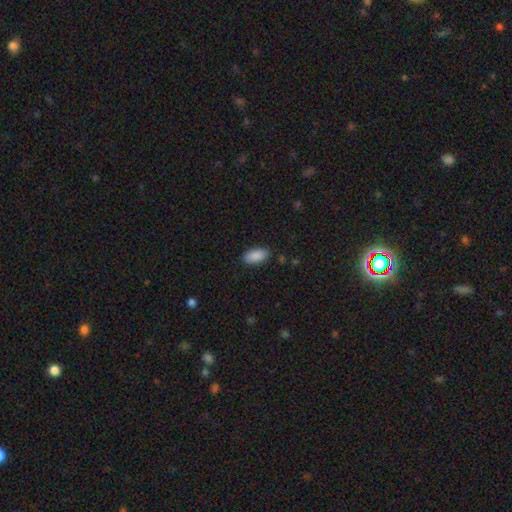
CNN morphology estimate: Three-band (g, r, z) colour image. It shows a smooth galaxy with no disk features (90%) that is in between round and cigar-shaped (93%). Merging: none (88%).